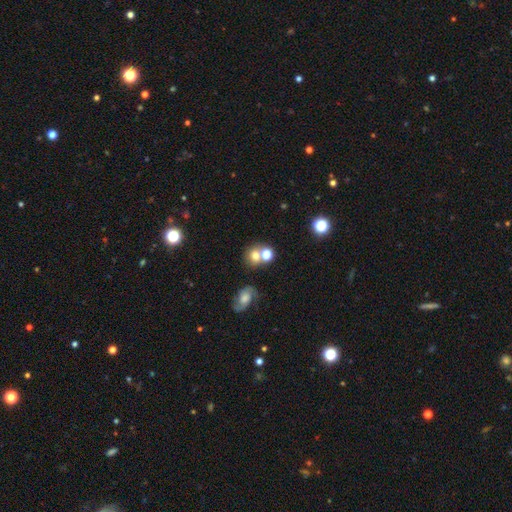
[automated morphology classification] smooth-or-featured: smooth: 69% | featured or disk: 17% | star or artifact: 14%
  how-rounded: round: 73% | in between: 26% | cigar-shaped: 1%
  merging: none: 48% | merger: 38% | minor disturbance: 10% | major disturbance: 5%